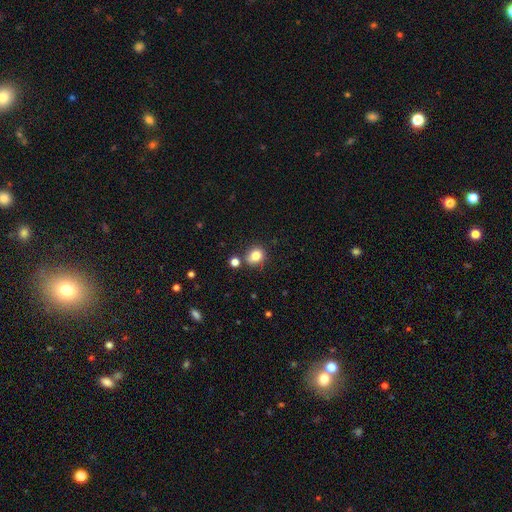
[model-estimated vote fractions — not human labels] Overall: smooth (82%). How rounded: round (67%; in between 32%). Merging: none (75%).